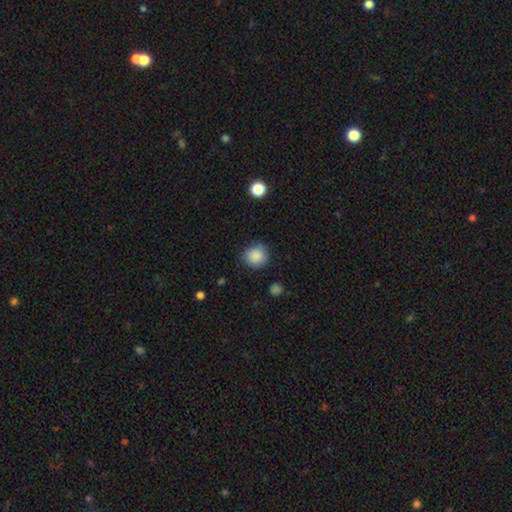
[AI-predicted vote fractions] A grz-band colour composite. It shows a smooth galaxy with no disk features (88%) that is round (89%). Merging: none (84%).